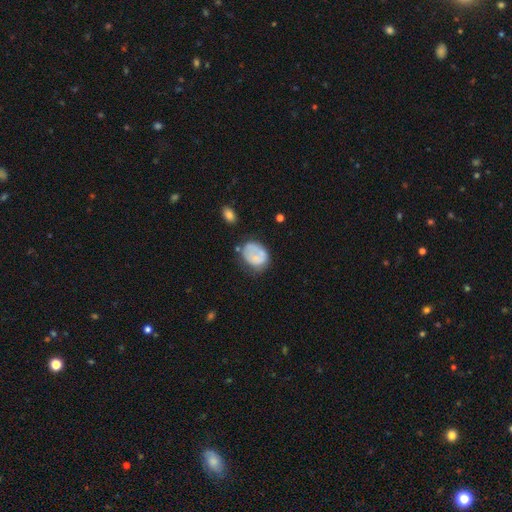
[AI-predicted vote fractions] Smooth or featured? Predicted: smooth (p=0.66). How rounded? Predicted: in between (p=0.57). Merging? Predicted: none (p=0.47).